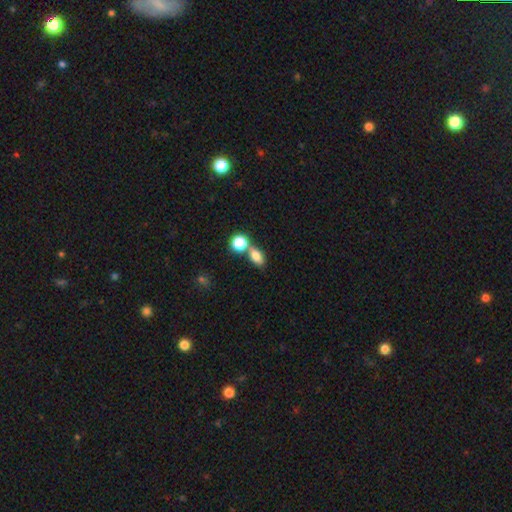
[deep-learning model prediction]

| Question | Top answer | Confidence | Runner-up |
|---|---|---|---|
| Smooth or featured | smooth | 80% | star or artifact (10%) |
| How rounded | in between | 78% | round (18%) |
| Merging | merger | 47% | none (39%) |